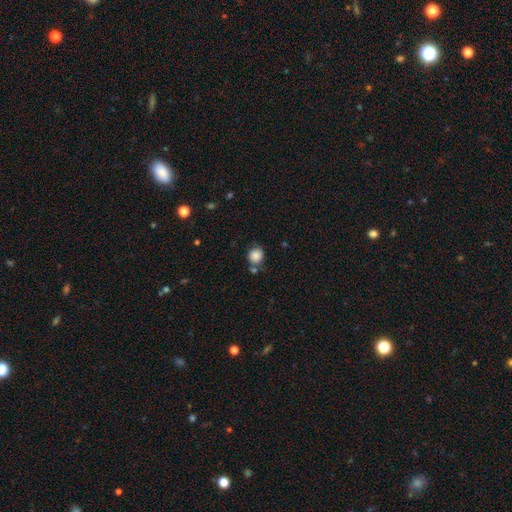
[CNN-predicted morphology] A smooth galaxy with no disk features (85%) that is round (87%).

Vote fractions:
- Smooth or featured? smooth: 85% / star or artifact: 9% / featured or disk: 6%
- How rounded? round: 87% / in between: 12% / cigar-shaped: 1%
- Merging? none: 64% / minor disturbance: 17% / merger: 14% / major disturbance: 5%